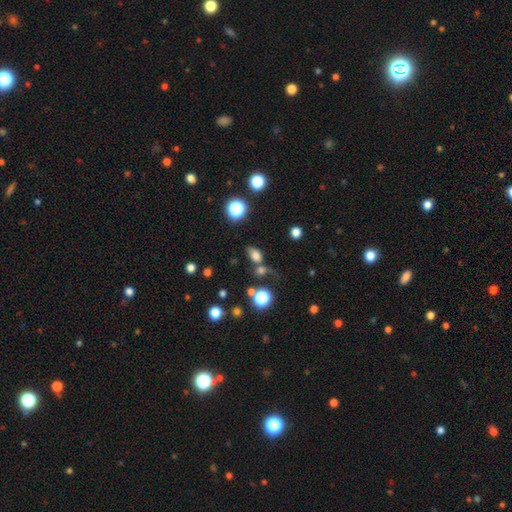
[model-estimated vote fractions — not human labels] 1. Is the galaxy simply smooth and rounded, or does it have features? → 75% smooth, 15% star or artifact, 10% featured or disk.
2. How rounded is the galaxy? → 75% in between, 22% round, 3% cigar-shaped.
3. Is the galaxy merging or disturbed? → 49% none, 24% merger, 16% minor disturbance, 10% major disturbance.